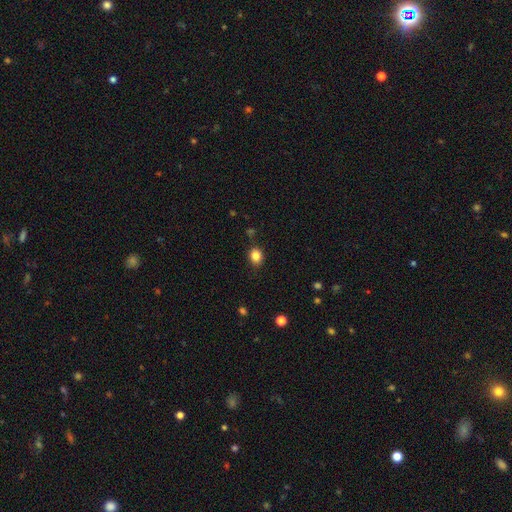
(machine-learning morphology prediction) A smooth galaxy with no disk features (84%) that is round (58%).

Vote fractions:
- Smooth or featured? smooth: 84% / star or artifact: 11% / featured or disk: 5%
- How rounded? round: 58% / in between: 41% / cigar-shaped: 1%
- Merging? none: 84% / minor disturbance: 11% / major disturbance: 3% / merger: 2%